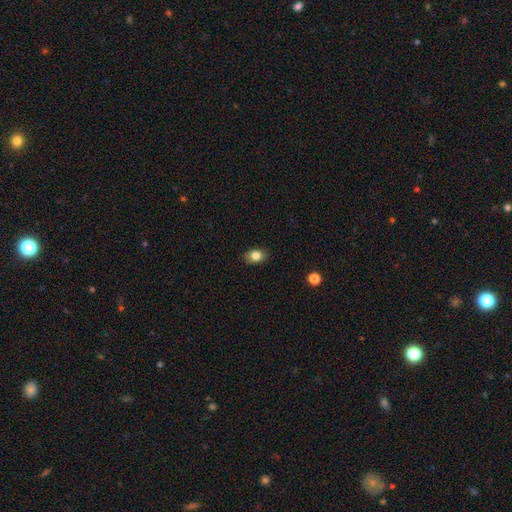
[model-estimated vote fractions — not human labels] smooth-or-featured: smooth: 82% | star or artifact: 9% | featured or disk: 8%
  how-rounded: in between: 76% | round: 23% | cigar-shaped: 1%
  merging: none: 87% | minor disturbance: 10% | major disturbance: 2% | merger: 1%